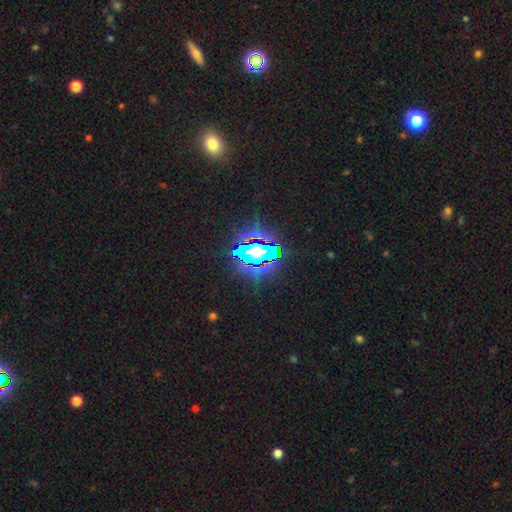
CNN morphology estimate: star or artifact 81%, smooth 11%, featured or disk 8%.